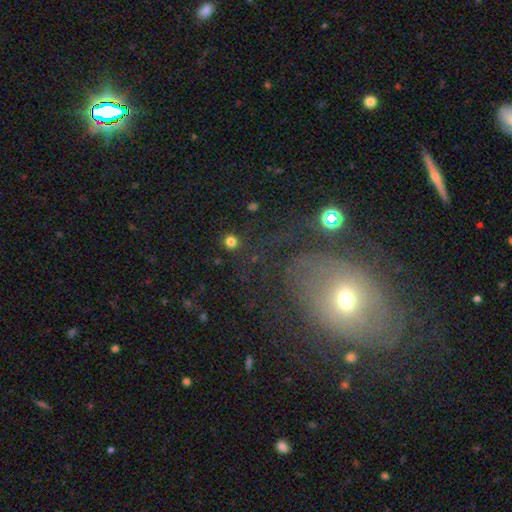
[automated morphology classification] Smooth or featured?
  - featured or disk: 44% *
  - smooth: 34%
  - star or artifact: 22%
Merging?
  - none: 60% *
  - major disturbance: 18%
  - minor disturbance: 17%
  - merger: 4%